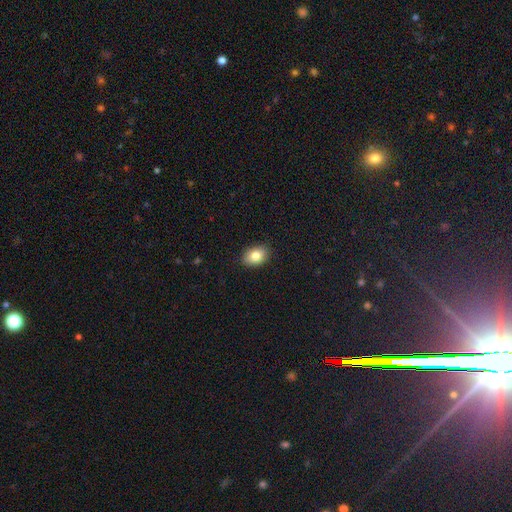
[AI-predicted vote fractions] Morphology: type=smooth (83%); roundness=in between (77%); merging=none (88%).